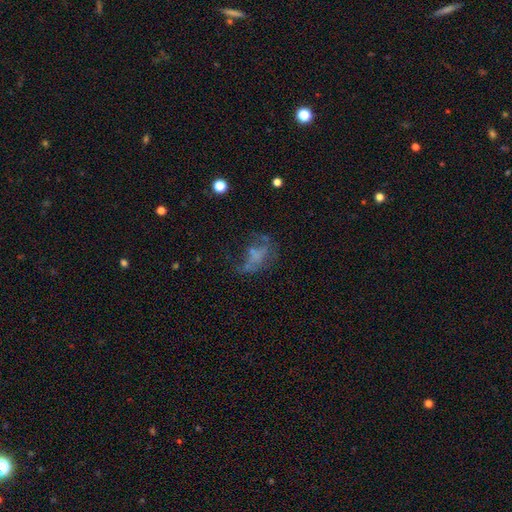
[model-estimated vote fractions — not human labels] featured or disk 45%, smooth 36%, star or artifact 19%. Down the decision tree: merging — major disturbance (39%).